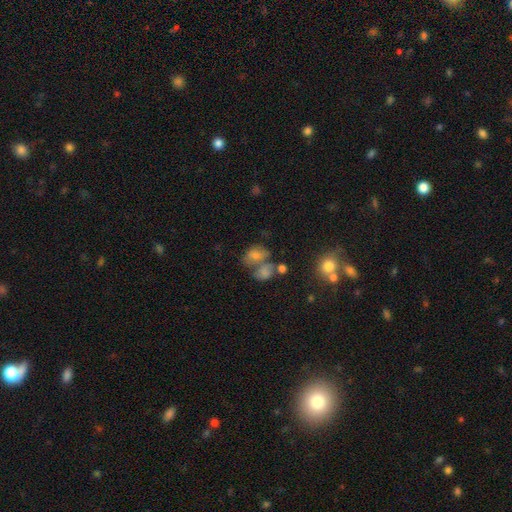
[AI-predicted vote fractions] smooth 59%, featured or disk 22%, star or artifact 18%. Down the decision tree: how rounded — in between (64%); merging — merger (41%).